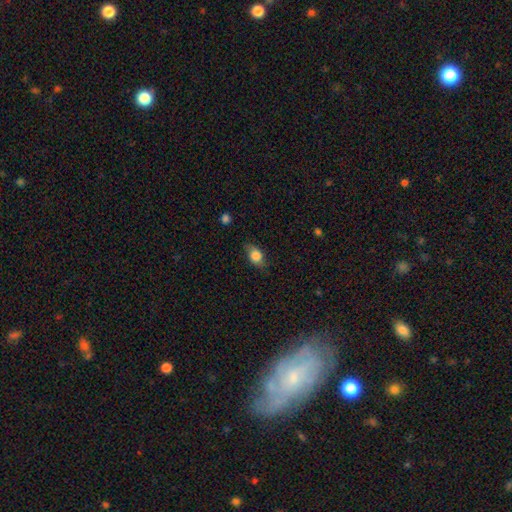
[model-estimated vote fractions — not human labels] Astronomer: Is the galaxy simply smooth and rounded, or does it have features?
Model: smooth — 79%.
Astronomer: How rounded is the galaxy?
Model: in between — 75%.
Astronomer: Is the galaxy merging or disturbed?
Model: none — 75%.